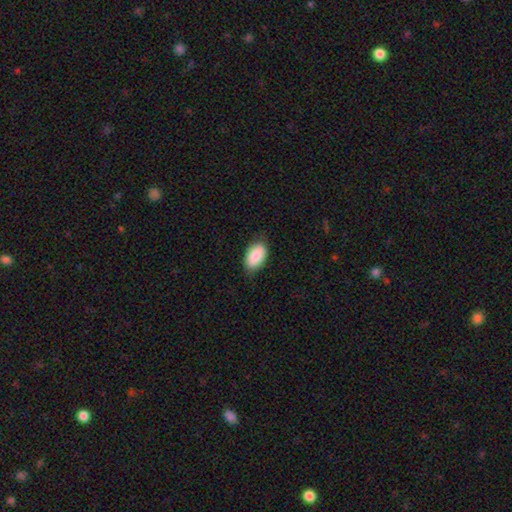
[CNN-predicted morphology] smooth 86%, featured or disk 8%, star or artifact 6%. Down the decision tree: how rounded — in between (93%); merging — none (78%).